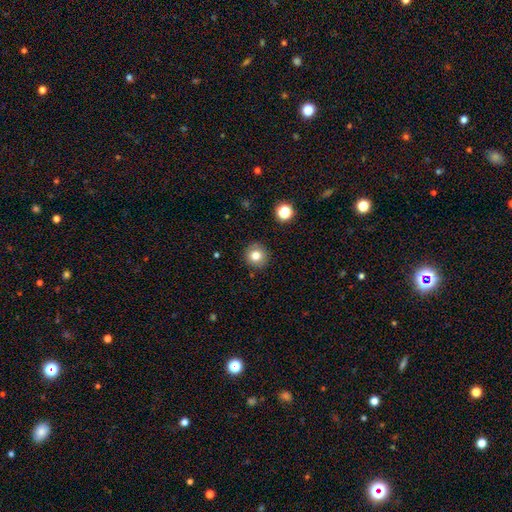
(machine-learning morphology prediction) Smooth or featured? smooth (79%)
How rounded? round (93%)
Merging? none (89%)